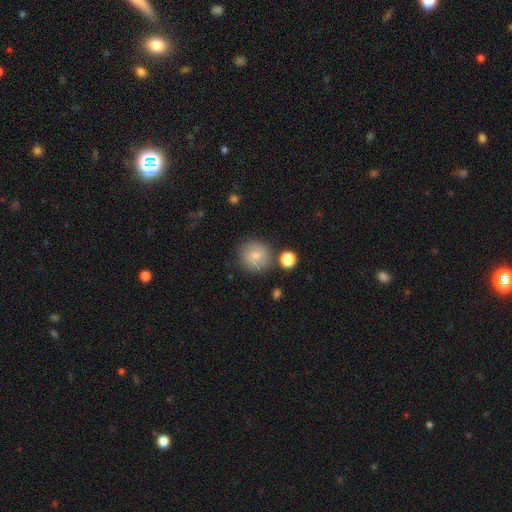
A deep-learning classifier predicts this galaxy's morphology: Q: Smooth or featured?
A: smooth (74%); runner-up: featured or disk (17%)
Q: How rounded?
A: round (93%); runner-up: in between (6%)
Q: Merging?
A: none (80%); runner-up: minor disturbance (11%)